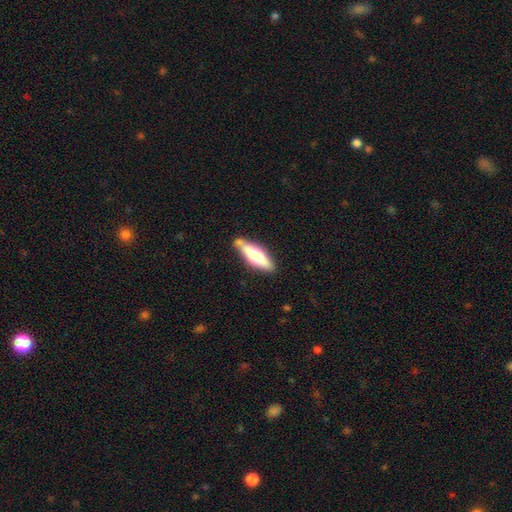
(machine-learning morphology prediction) smooth-or-featured: smooth: 51% | featured or disk: 43% | star or artifact: 5%
  how-rounded: cigar-shaped: 63% | in between: 35% | round: 2%
  merging: none: 74% | minor disturbance: 17% | merger: 5% | major disturbance: 4%